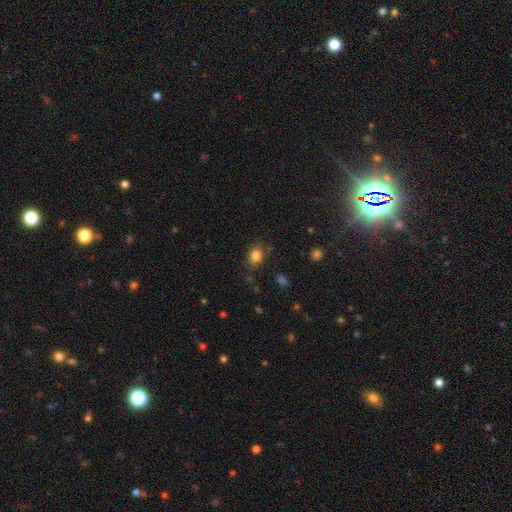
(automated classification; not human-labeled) This is clearly a smooth galaxy (83%). How rounded: possibly in between (56%). Merging: likely none (78%).